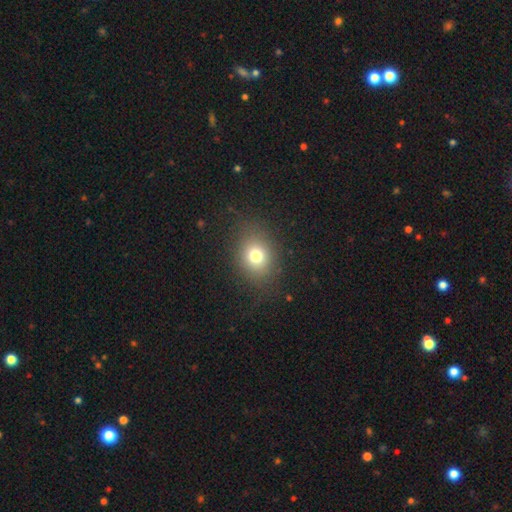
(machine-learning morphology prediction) Smooth or featured: smooth — 74% (star or artifact — 15%)
How rounded: round — 61% (in between — 38%)
Merging: none — 81% (minor disturbance — 12%)